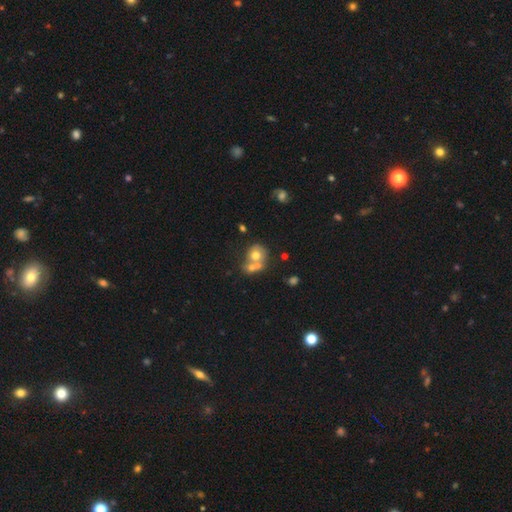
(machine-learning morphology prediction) Smooth or featured? smooth (61%)
How rounded? round (71%)
Merging? merger (61%)